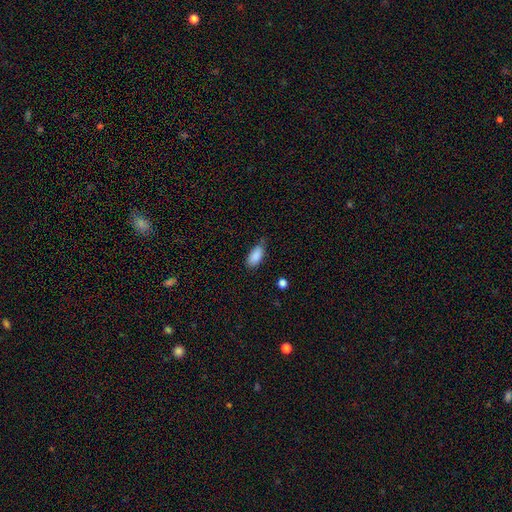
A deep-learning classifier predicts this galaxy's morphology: Q: Smooth or featured?
A: smooth (88%); runner-up: star or artifact (7%)
Q: How rounded?
A: in between (91%); runner-up: cigar-shaped (6%)
Q: Merging?
A: none (63%); runner-up: minor disturbance (29%)